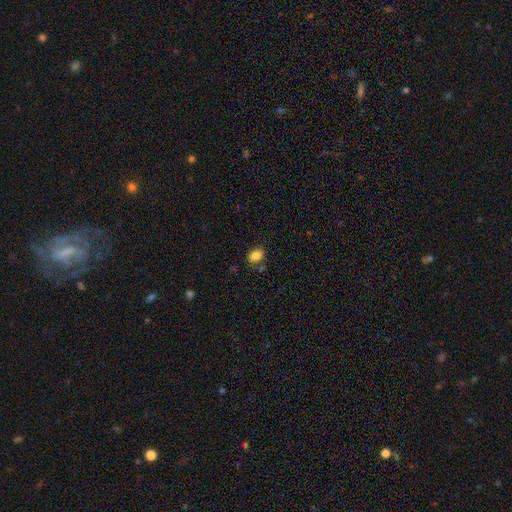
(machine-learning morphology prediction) Q: Smooth or featured?
A: smooth (84%); runner-up: star or artifact (10%)
Q: How rounded?
A: in between (66%); runner-up: round (33%)
Q: Merging?
A: none (76%); runner-up: minor disturbance (14%)